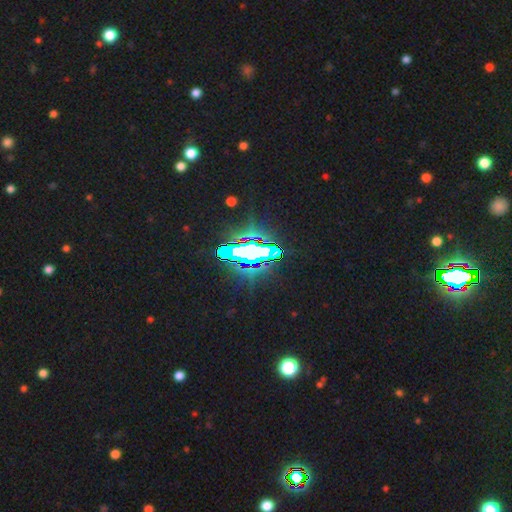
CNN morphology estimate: Smooth or featured: star or artifact — 67% (featured or disk — 17%)